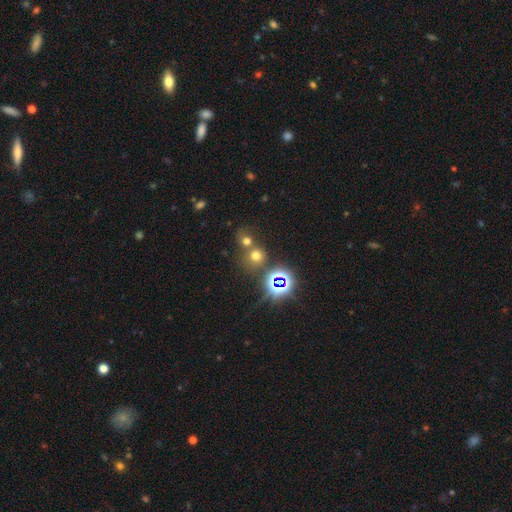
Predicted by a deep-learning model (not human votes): The model was most divided on "smooth or featured": smooth: 55%, star or artifact: 36%, featured or disk: 9%. More confident: how rounded — round (84%); merging — none (56%).